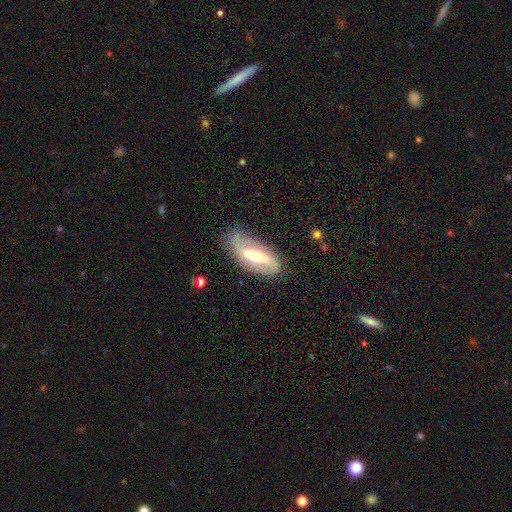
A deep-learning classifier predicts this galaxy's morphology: smooth-or-featured: featured or disk: 72% | smooth: 22% | star or artifact: 6%
  disk-edge-on: no: 90% | yes: 10%
    bar: strong: 41% | weak: 36% | no: 23%
    has-spiral-arms: yes: 84% | no: 16%
      spiral-winding: loose: 58% | medium: 28% | tight: 14%
      spiral-arm-count: 2: 83% | can't tell: 9% | 1: 6% | 3: 1% | 4: 1% | more than 4: 1%
    bulge-size: moderate: 48% | small: 47% | large: 3% | none: 1% | dominant: 1%
  merging: none: 73% | minor disturbance: 19% | major disturbance: 6% | merger: 2%